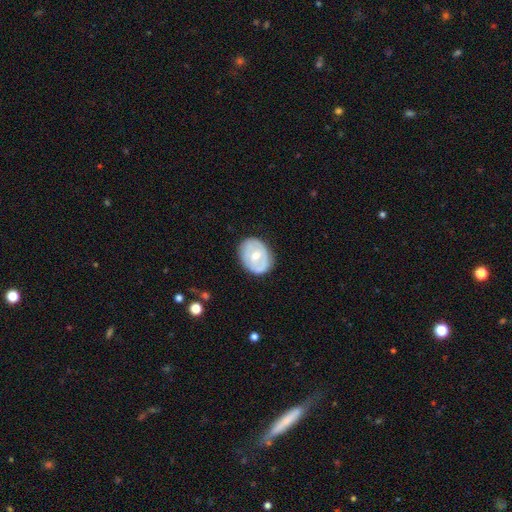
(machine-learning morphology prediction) smooth_or_featured: featured or disk (p=0.52) [alt: smooth p=0.43]
disk_edge_on: no (p=0.94) [alt: yes p=0.06]
merging: none (p=0.79) [alt: minor disturbance p=0.15]